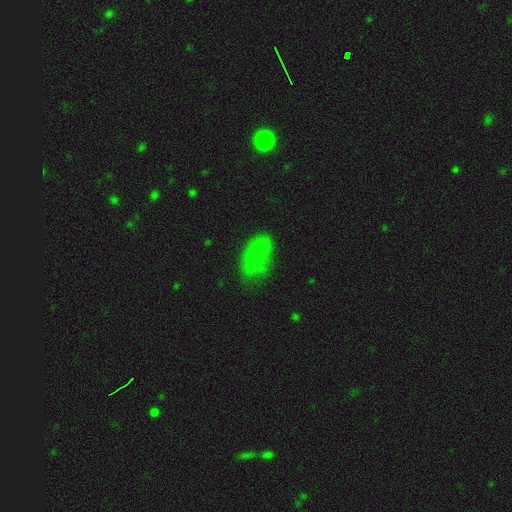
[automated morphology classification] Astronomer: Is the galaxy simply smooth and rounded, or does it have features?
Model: smooth — 70%.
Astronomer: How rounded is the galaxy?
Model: in between — 90%.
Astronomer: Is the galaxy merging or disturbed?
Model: none — 67%.